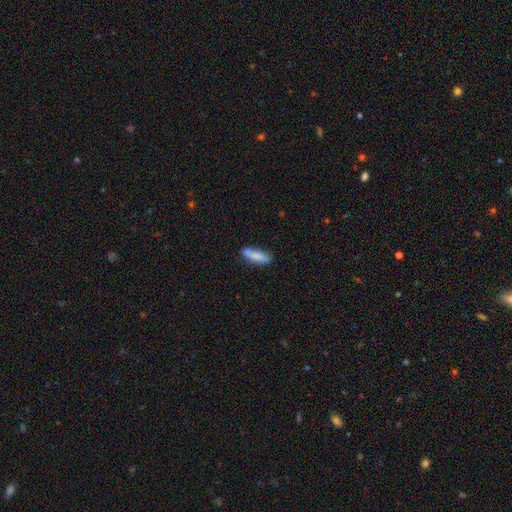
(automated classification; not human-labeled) Morphology: type=smooth (78%); roundness=cigar-shaped (51%); merging=none (61%).